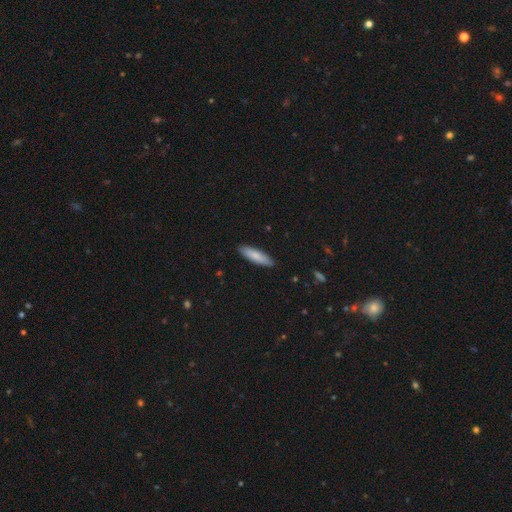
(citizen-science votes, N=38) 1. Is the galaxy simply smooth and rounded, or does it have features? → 82% smooth, 16% featured or disk, 3% star or artifact.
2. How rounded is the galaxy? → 61% cigar-shaped, 39% in between, 0% round.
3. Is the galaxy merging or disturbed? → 92% none, 8% minor disturbance, 0% major disturbance, 0% merger.